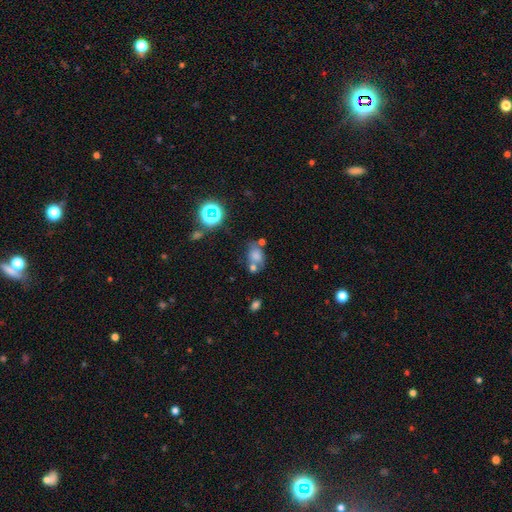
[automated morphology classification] This is likely a smooth galaxy (66%). How rounded: likely in between (71%). Merging: marginally none (45%).